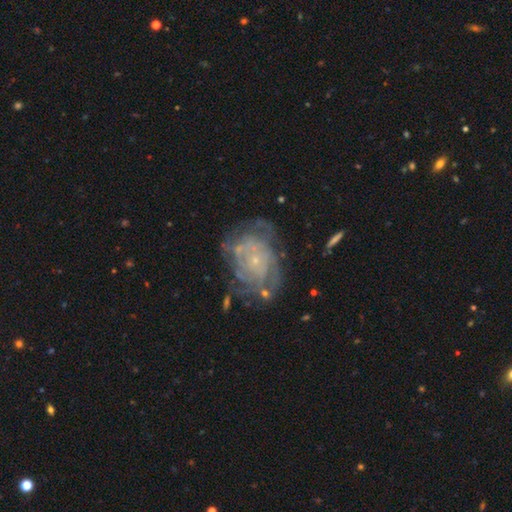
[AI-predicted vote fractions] A featured or disk galaxy (69%) with no bar (78%), spiral arms (76%) and a small central bulge (77%).

Vote fractions:
- Smooth or featured? featured or disk: 69% / star or artifact: 16% / smooth: 15%
- Edge-on disk? no: 96% / yes: 4%
- Bar? no: 78% / weak: 18% / strong: 4%
- Spiral arms? yes: 76% / no: 24%
- Bulge size? small: 77% / moderate: 14% / none: 7% / large: 1% / dominant: 1%
- Merging? none: 70% / minor disturbance: 17% / major disturbance: 10% / merger: 3%